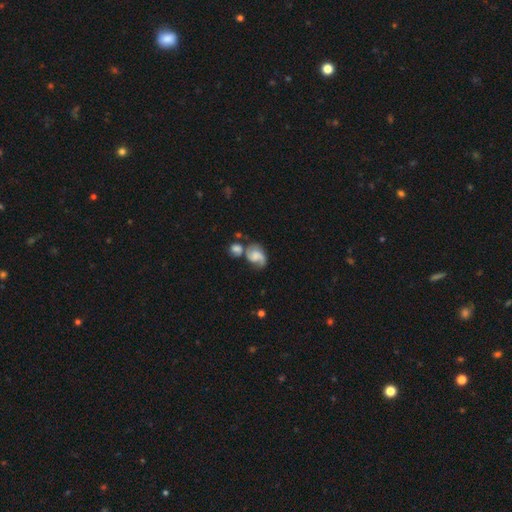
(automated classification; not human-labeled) smooth_or_featured: featured or disk (p=0.70) [alt: smooth p=0.22]
disk_edge_on: no (p=0.98) [alt: yes p=0.02]
bar: no (p=0.54) [alt: weak p=0.38]
has_spiral_arms: yes (p=0.93) [alt: no p=0.07]
spiral_winding: medium (p=0.47) [alt: loose p=0.34]
spiral_arm_count: 2 (p=0.81) [alt: 1 p=0.09]
bulge_size: moderate (p=0.30) [alt: none p=0.28]
merging: none (p=0.41) [alt: merger p=0.30]